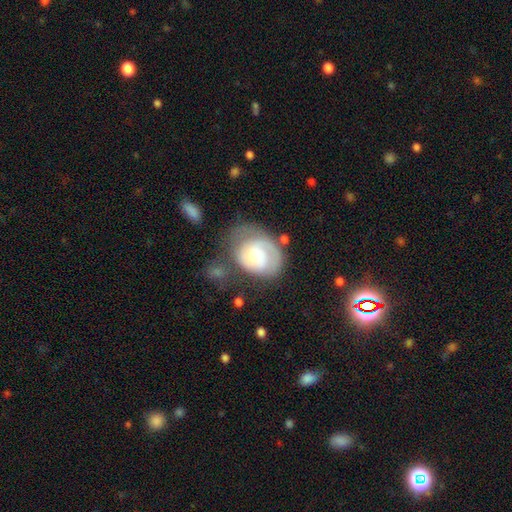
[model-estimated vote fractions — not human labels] Smooth or featured: featured or disk — 57% (smooth — 37%)
Edge-on disk: no — 98% (yes — 2%)
Bar: no — 74% (weak — 23%)
Spiral arms: yes — 82% (no — 18%)
Bulge size: moderate — 43% (small — 36%)
Merging: none — 44% (minor disturbance — 25%)